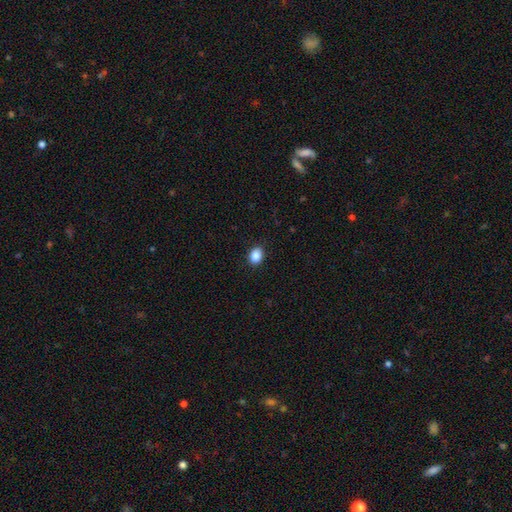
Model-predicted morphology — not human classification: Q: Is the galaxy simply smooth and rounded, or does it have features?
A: smooth — 88%.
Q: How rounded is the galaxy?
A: in between — 59%.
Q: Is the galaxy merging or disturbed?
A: none — 89%.